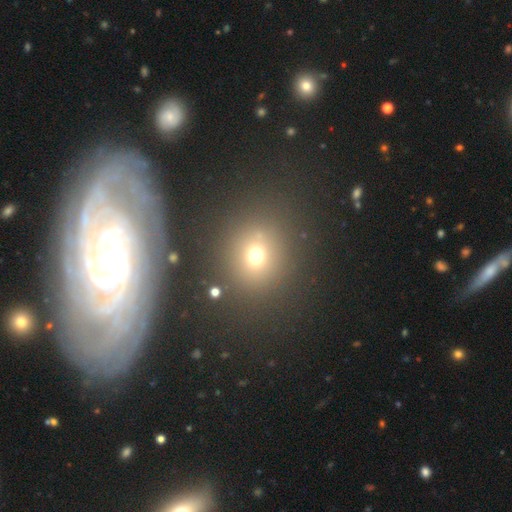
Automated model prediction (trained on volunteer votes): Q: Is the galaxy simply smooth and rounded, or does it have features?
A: smooth — 68%.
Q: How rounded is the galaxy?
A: round — 80%.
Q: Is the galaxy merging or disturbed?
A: none — 81%.